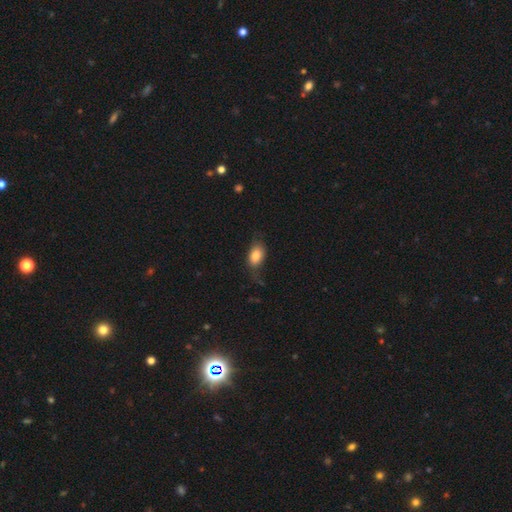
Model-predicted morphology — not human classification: Smooth or featured?
  - smooth: 81% *
  - featured or disk: 12%
  - star or artifact: 7%
How rounded?
  - in between: 87% *
  - round: 11%
  - cigar-shaped: 3%
Merging?
  - none: 60% *
  - minor disturbance: 26%
  - major disturbance: 12%
  - merger: 2%